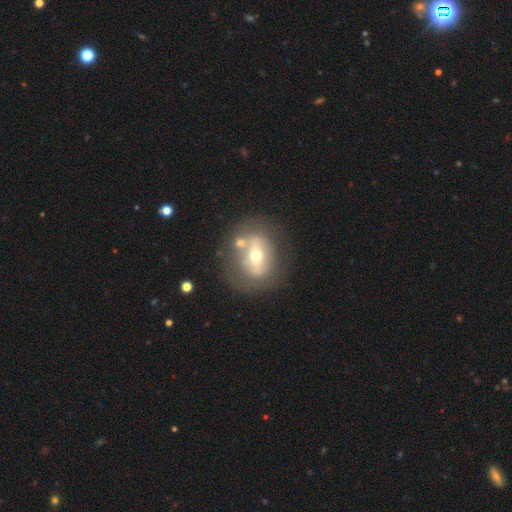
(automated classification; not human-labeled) Smooth or featured: featured or disk — 58% (smooth — 34%)
Edge-on disk: no — 90% (yes — 10%)
Bar: no — 40% (strong — 34%)
Spiral arms: no — 76% (yes — 24%)
Bulge size: moderate — 53% (small — 41%)
Merging: none — 67% (minor disturbance — 16%)